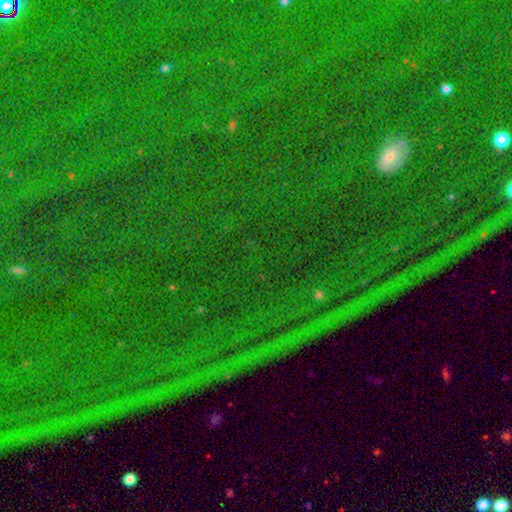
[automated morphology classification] A star or artifact, not a galaxy (80%).

Vote fractions:
- Smooth or featured? star or artifact: 80% / smooth: 12% / featured or disk: 8%